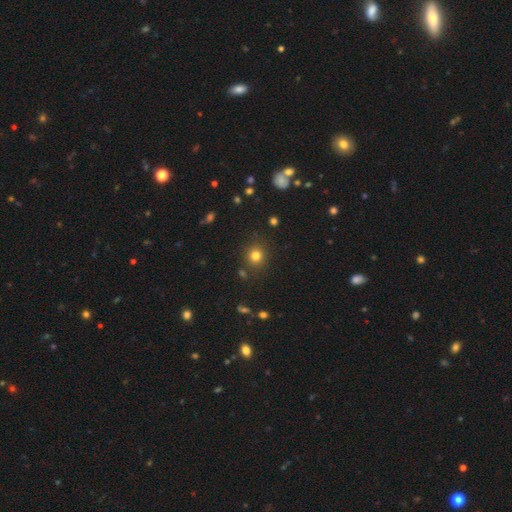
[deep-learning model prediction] Smooth or featured?
  - smooth: 78% *
  - star or artifact: 15%
  - featured or disk: 6%
How rounded?
  - round: 87% *
  - in between: 12%
  - cigar-shaped: 1%
Merging?
  - none: 85% *
  - minor disturbance: 8%
  - merger: 4%
  - major disturbance: 3%